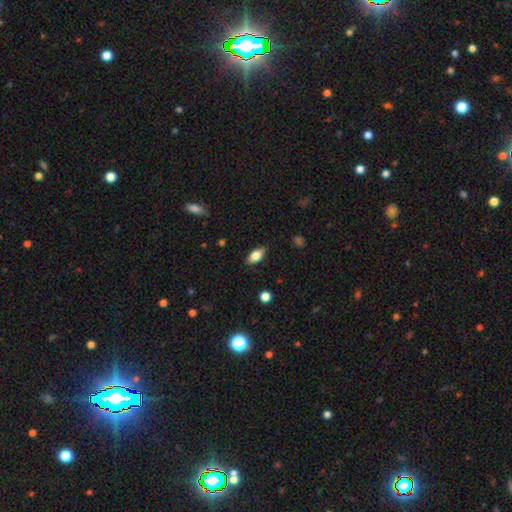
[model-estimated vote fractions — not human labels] The model was most divided on "smooth or featured": smooth: 76%, featured or disk: 17%, star or artifact: 7%. More confident: how rounded — in between (86%); merging — none (83%).